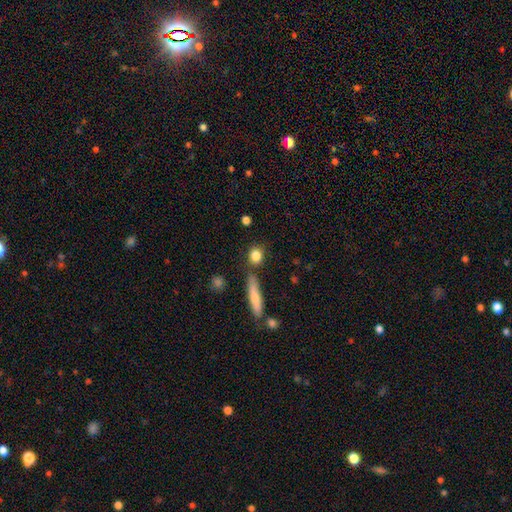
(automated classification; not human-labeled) Overall: smooth (84%). How rounded: round (62%; in between 30%). Merging: none (76%).